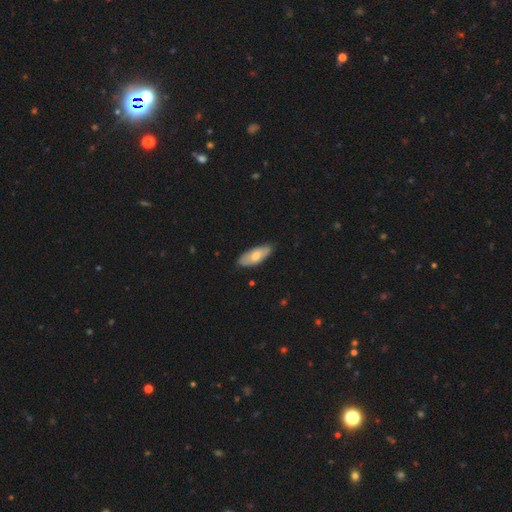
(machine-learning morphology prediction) This is likely a smooth galaxy (63%). How rounded: clearly in between (83%). Merging: clearly none (82%).